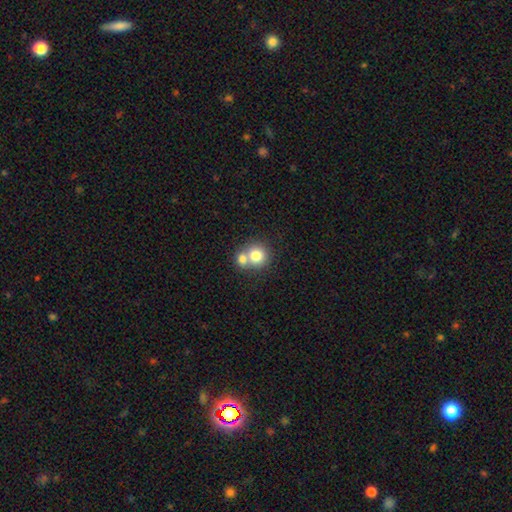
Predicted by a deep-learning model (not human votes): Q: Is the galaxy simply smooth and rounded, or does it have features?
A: smooth — 77%.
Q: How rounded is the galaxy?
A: round — 85%.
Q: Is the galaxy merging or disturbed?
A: merger — 55%.